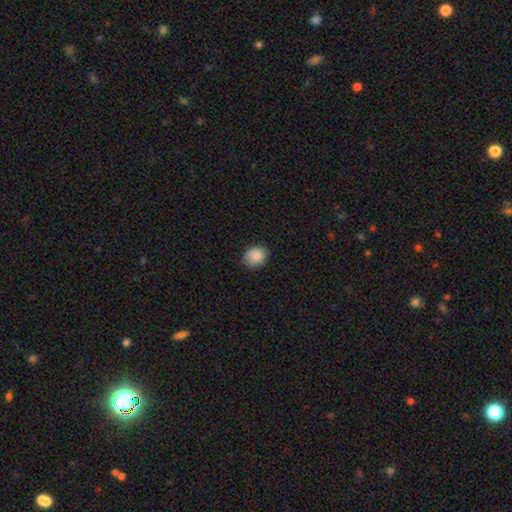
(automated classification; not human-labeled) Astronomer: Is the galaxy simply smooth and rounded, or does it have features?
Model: smooth — 87%.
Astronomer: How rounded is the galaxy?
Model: round — 64%.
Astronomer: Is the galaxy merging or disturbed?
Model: none — 84%.